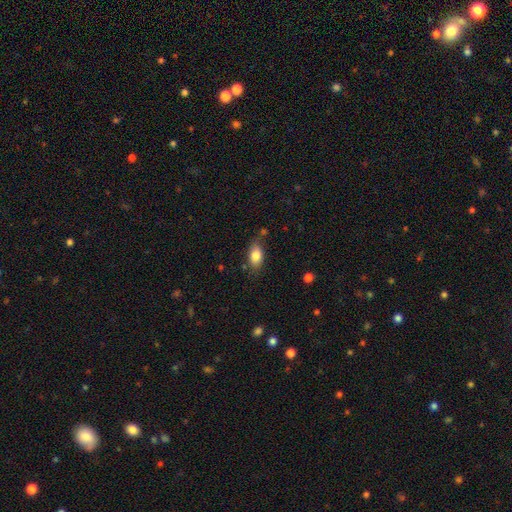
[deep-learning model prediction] Overall: smooth (82%). How rounded: in between (88%). Merging: none (71%).